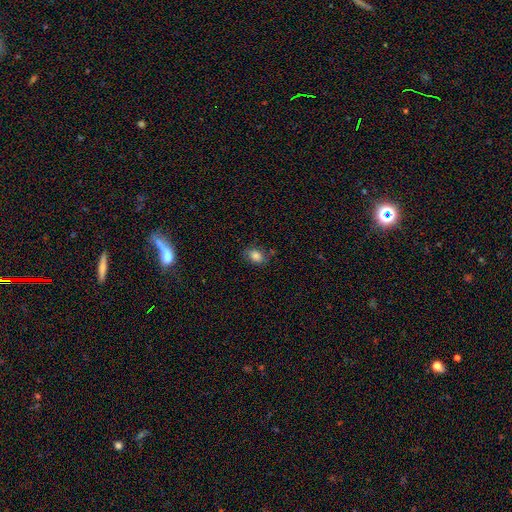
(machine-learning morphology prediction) smooth_or_featured: smooth (p=0.82) [alt: star or artifact p=0.10]
how_rounded: in between (p=0.76) [alt: round p=0.22]
merging: none (p=0.73) [alt: minor disturbance p=0.20]